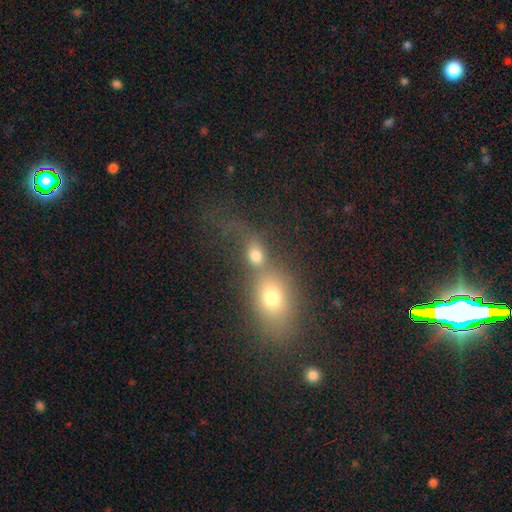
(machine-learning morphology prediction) Smooth or featured? Predicted: smooth (p=0.71). How rounded? Predicted: in between (p=0.55). Merging? Predicted: merger (p=0.50).